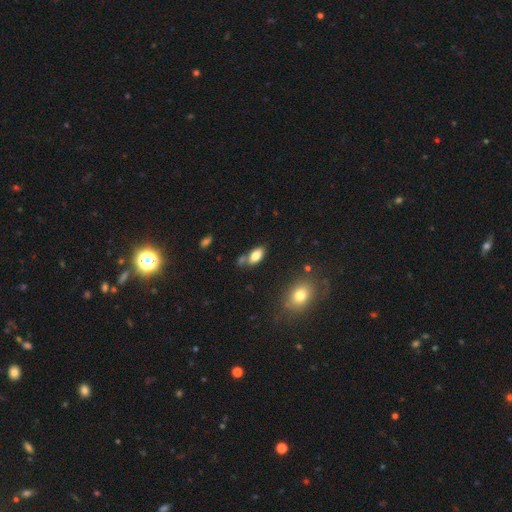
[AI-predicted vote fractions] Morphology: type=smooth (81%); roundness=in between (89%); merging=none (67%).